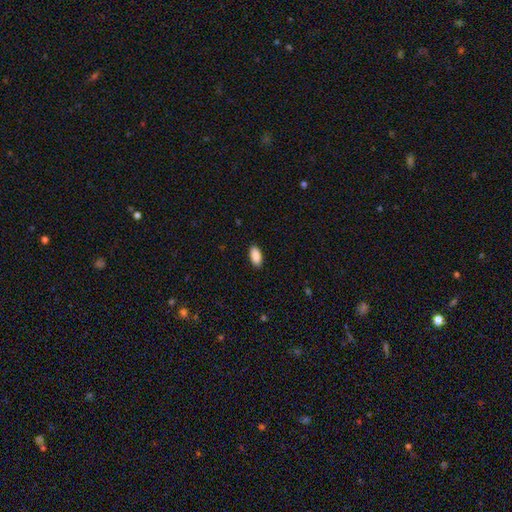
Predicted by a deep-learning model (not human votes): Smooth or featured? Predicted: smooth (p=0.91). How rounded? Predicted: in between (p=0.92). Merging? Predicted: none (p=0.89).